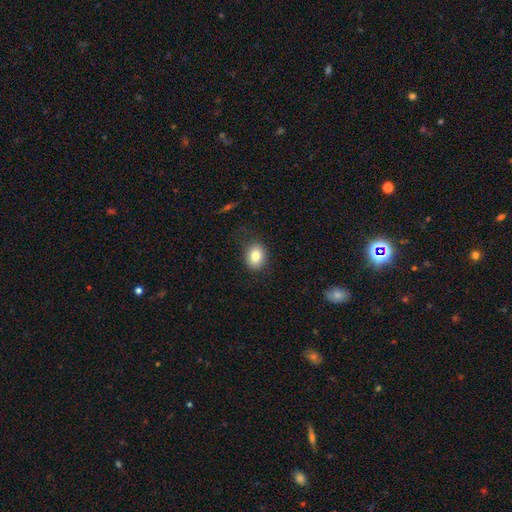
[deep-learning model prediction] Morphology: type=smooth (82%); roundness=in between (56%); merging=none (81%).